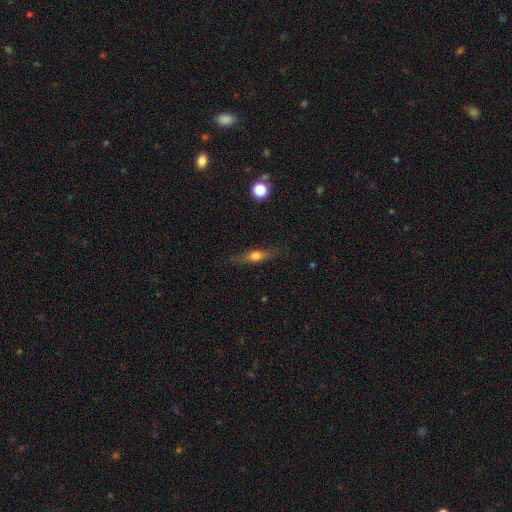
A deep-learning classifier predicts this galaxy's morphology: smooth_or_featured: smooth (p=0.52) [alt: featured or disk p=0.40]
how_rounded: cigar-shaped (p=0.64) [alt: in between p=0.31]
merging: none (p=0.81) [alt: minor disturbance p=0.13]